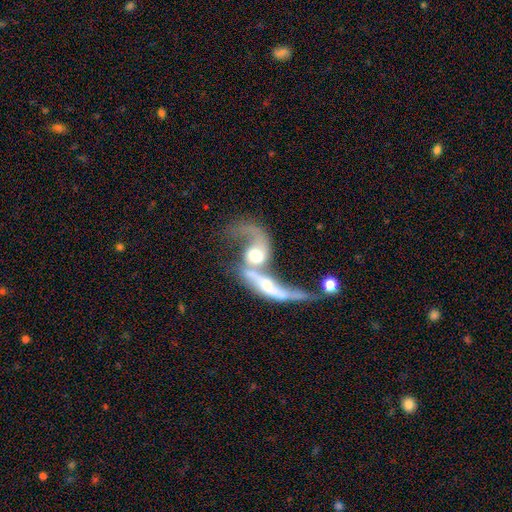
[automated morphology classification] smooth-or-featured: featured or disk: 65% | smooth: 27% | star or artifact: 8%
  disk-edge-on: no: 85% | yes: 15%
    bar: no: 69% | weak: 22% | strong: 9%
    has-spiral-arms: yes: 65% | no: 35%
    bulge-size: moderate: 54% | large: 24% | small: 12% | none: 6% | dominant: 4%
  merging: merger: 74% | major disturbance: 12% | none: 9% | minor disturbance: 5%